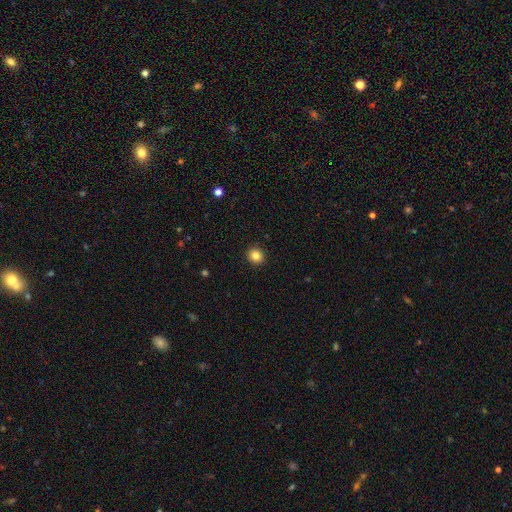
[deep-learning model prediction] A smooth galaxy with no disk features (84%) that is round (87%).

Vote fractions:
- Smooth or featured? smooth: 84% / star or artifact: 11% / featured or disk: 6%
- How rounded? round: 87% / in between: 12% / cigar-shaped: 1%
- Merging? none: 93% / minor disturbance: 5% / major disturbance: 2% / merger: 1%